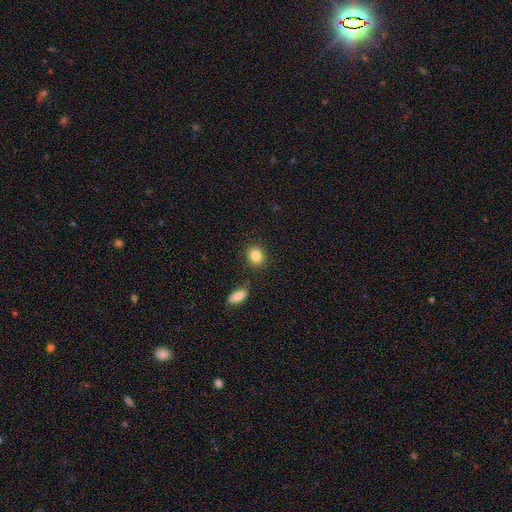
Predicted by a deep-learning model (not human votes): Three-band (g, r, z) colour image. It shows a smooth galaxy with no disk features (85%) that is round (58%). Merging: none (84%).